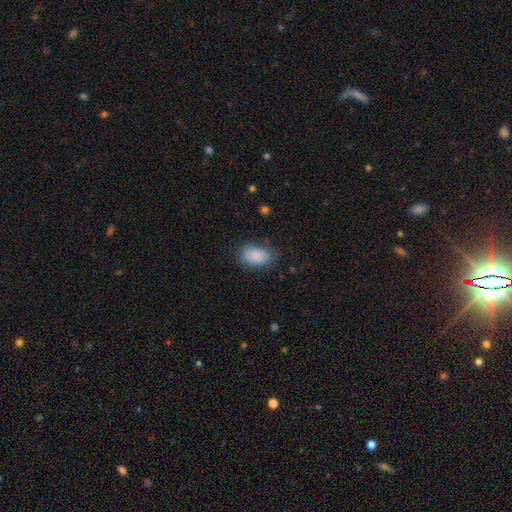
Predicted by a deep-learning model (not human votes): Smooth or featured? smooth (88%)
How rounded? in between (91%)
Merging? none (76%)